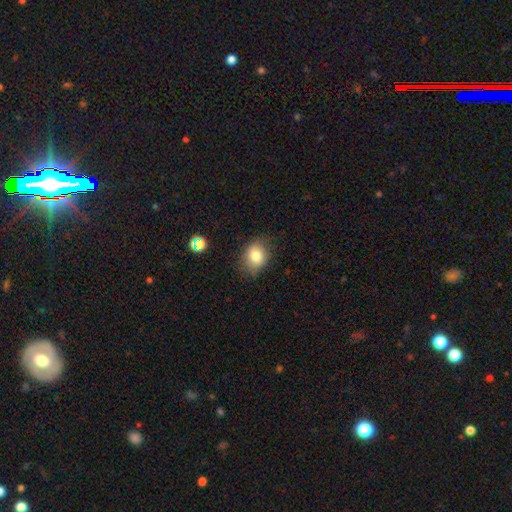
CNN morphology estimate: Overall: smooth (78%). How rounded: in between (52%; round 47%). Merging: none (76%).